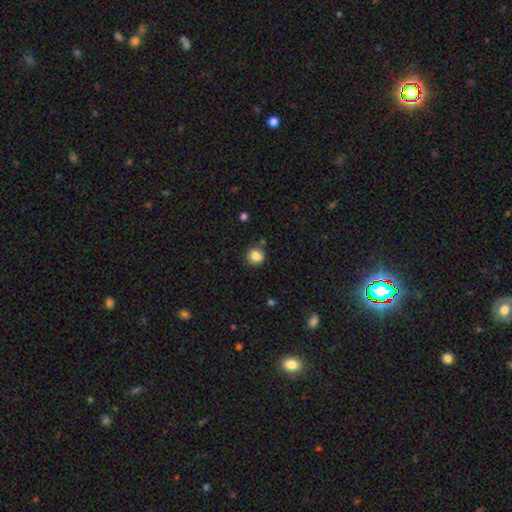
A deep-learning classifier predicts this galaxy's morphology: Overall: smooth (83%). How rounded: round (77%). Merging: none (73%).